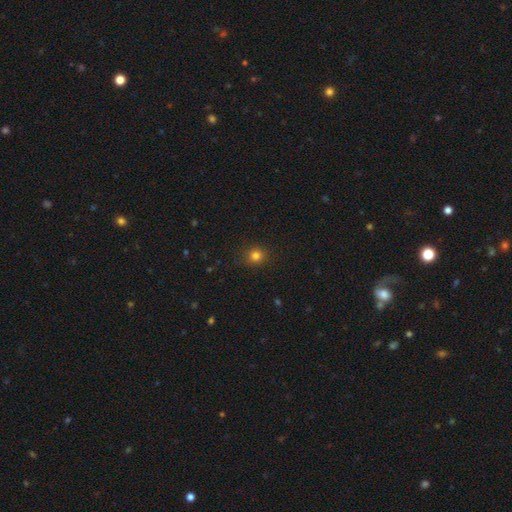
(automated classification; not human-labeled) Smooth or featured? smooth (80%)
How rounded? round (87%)
Merging? none (87%)